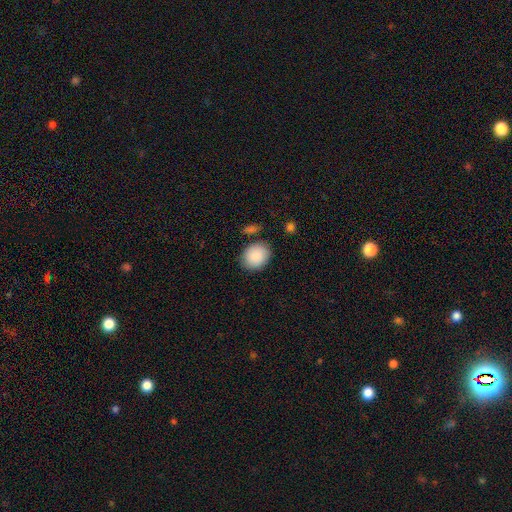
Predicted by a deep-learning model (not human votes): Smooth or featured? Predicted: smooth (p=0.89). How rounded? Predicted: round (p=0.54). Merging? Predicted: none (p=0.79).